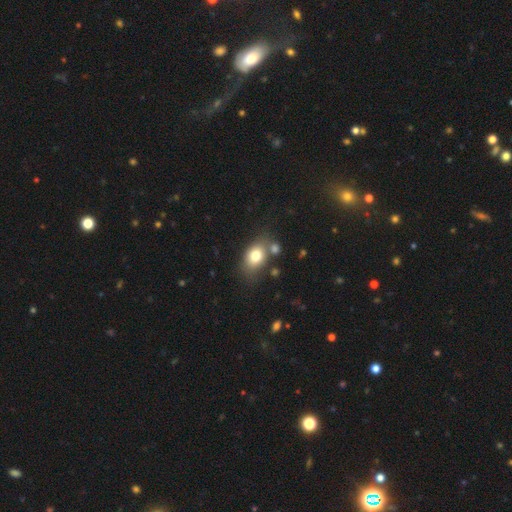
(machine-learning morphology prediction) A smooth galaxy with no disk features (77%) that is in between round and cigar-shaped (76%). Merging: none (62%).